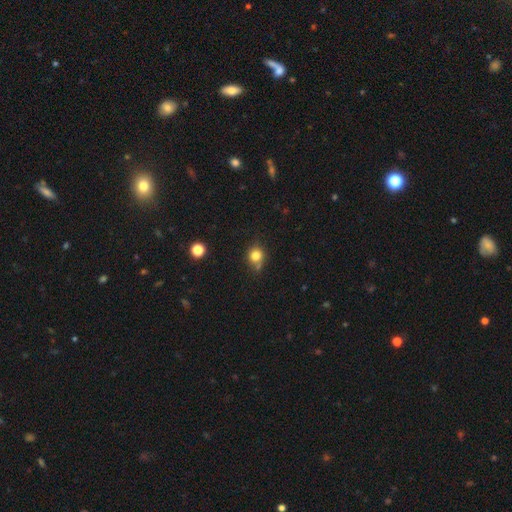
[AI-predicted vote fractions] Q: Smooth or featured?
A: smooth (80%); runner-up: star or artifact (13%)
Q: How rounded?
A: round (82%); runner-up: in between (17%)
Q: Merging?
A: none (67%); runner-up: minor disturbance (19%)